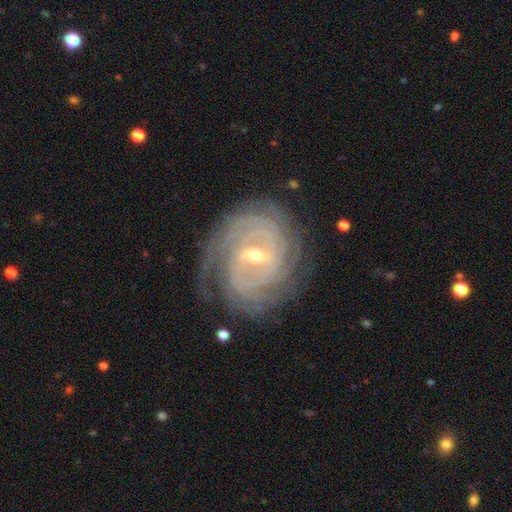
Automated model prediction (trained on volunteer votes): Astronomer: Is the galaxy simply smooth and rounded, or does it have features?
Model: featured or disk — 90%.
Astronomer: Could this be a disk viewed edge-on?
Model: no — 97%.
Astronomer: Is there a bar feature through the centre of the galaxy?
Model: weak — 52% (runner-up: strong, 30%).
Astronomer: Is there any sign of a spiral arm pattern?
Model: yes — 98%.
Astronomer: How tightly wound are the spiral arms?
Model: tight — 78%.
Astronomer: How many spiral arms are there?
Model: can't tell — 27% (runner-up: 4, 24%).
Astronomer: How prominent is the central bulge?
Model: small — 65%.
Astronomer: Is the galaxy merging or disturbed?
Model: none — 76%.